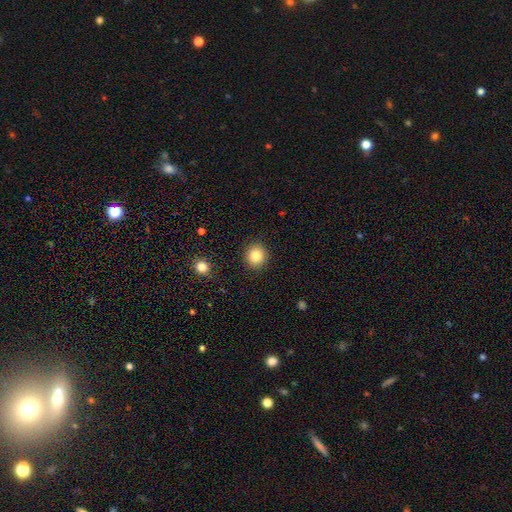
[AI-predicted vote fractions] Morphology: type=smooth (84%); roundness=round (85%); merging=none (91%).